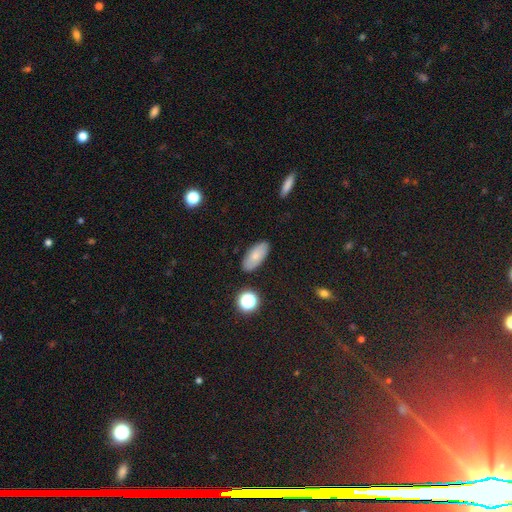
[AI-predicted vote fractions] Smooth or featured? smooth (72%)
How rounded? in between (89%)
Merging? none (85%)